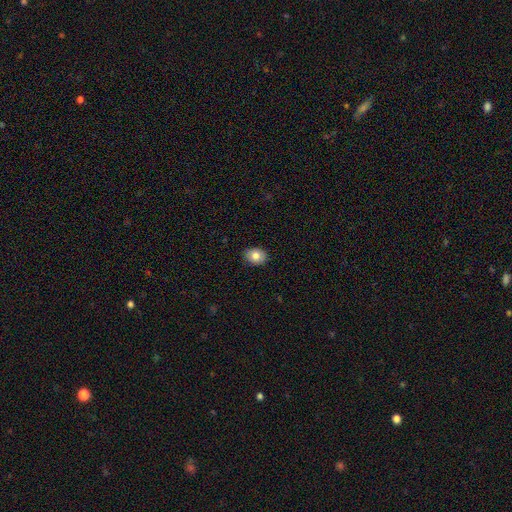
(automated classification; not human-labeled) Smooth or featured? smooth (81%)
How rounded? in between (62%)
Merging? none (89%)